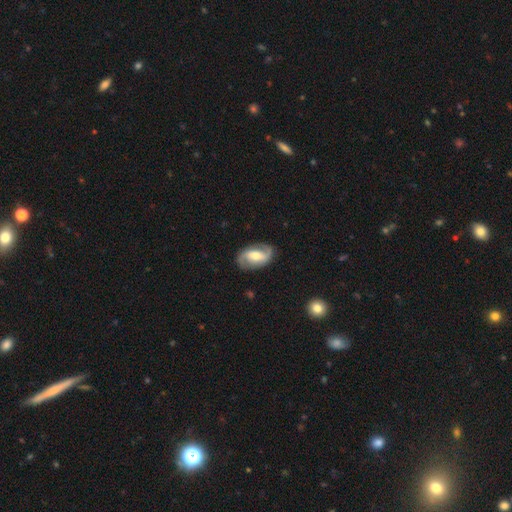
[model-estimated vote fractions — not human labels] smooth_or_featured: featured or disk (p=0.82) [alt: smooth p=0.13]
disk_edge_on: no (p=0.97) [alt: yes p=0.03]
bar: weak (p=0.42) [alt: strong p=0.32]
has_spiral_arms: yes (p=0.93) [alt: no p=0.07]
spiral_winding: medium (p=0.45) [alt: loose p=0.35]
spiral_arm_count: 2 (p=0.91) [alt: can't tell p=0.03]
bulge_size: moderate (p=0.65) [alt: small p=0.23]
merging: none (p=0.84) [alt: minor disturbance p=0.11]